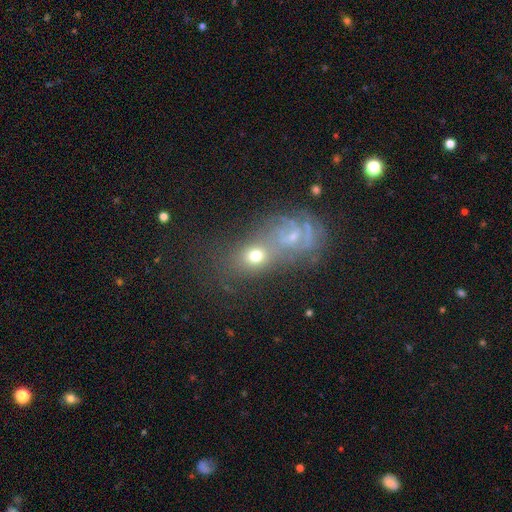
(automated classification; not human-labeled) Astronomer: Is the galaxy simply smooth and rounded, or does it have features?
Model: smooth — 54% (runner-up: featured or disk, 31%).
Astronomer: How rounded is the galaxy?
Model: in between — 49%, tied with round at 49%.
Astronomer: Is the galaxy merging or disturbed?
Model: merger — 43% (runner-up: none, 39%).